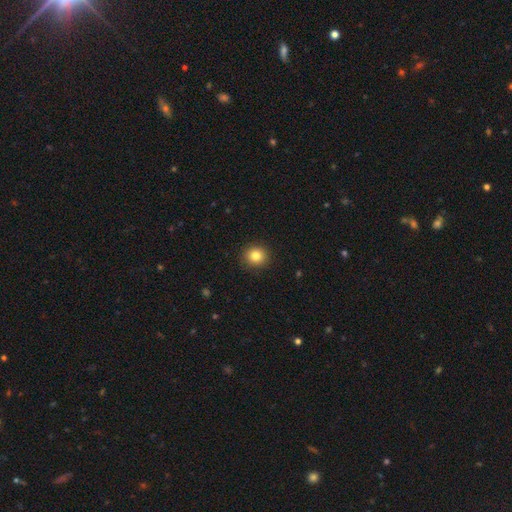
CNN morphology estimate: Q: Smooth or featured?
A: smooth (83%); runner-up: star or artifact (11%)
Q: How rounded?
A: round (90%); runner-up: in between (9%)
Q: Merging?
A: none (91%); runner-up: minor disturbance (6%)